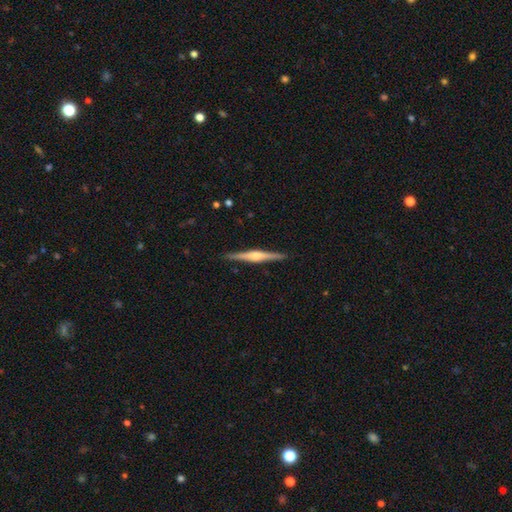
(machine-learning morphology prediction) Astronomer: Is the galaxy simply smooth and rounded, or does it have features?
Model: featured or disk — 77%.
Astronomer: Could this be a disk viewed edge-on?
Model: yes — 98%.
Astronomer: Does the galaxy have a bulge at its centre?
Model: rounded — 78%.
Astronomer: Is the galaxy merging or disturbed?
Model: none — 91%.